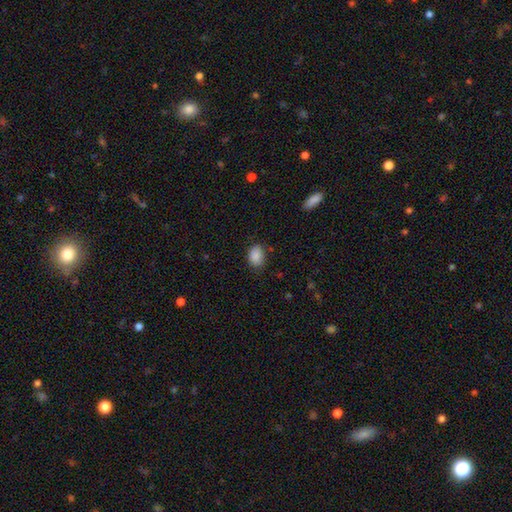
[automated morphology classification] This is clearly a smooth galaxy (88%). How rounded: likely in between (77%). Merging: likely none (78%).